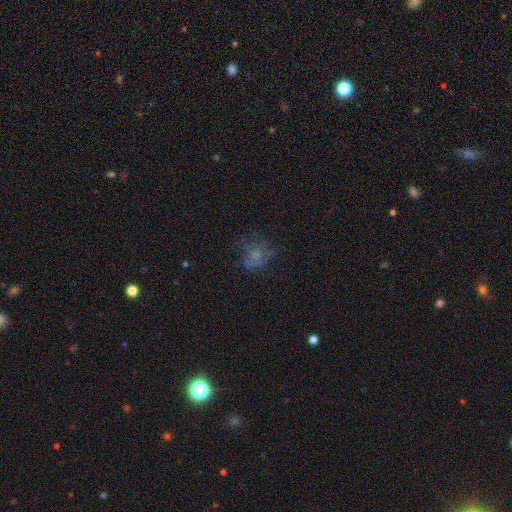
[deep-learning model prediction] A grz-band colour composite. It shows a smooth galaxy with no disk features (51%) that is round (71%). Merging: none (55%).